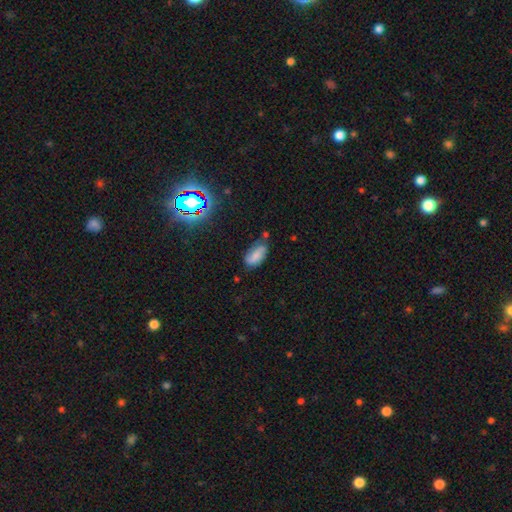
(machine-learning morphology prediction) Smooth or featured?
  - smooth: 66% *
  - featured or disk: 23%
  - star or artifact: 11%
How rounded?
  - in between: 90% *
  - cigar-shaped: 6%
  - round: 4%
Merging?
  - none: 54% *
  - minor disturbance: 31%
  - major disturbance: 8%
  - merger: 7%